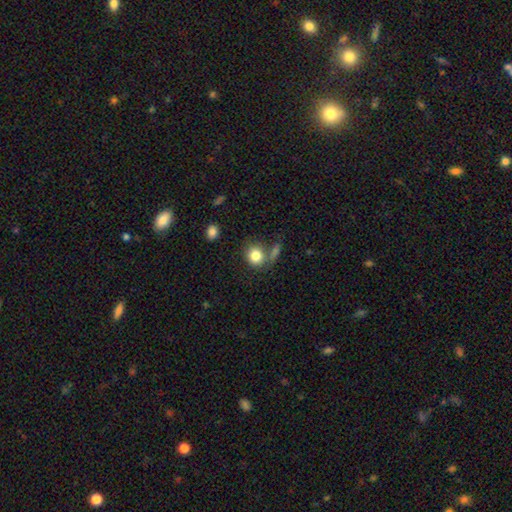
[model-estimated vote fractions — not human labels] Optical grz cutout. It shows a smooth galaxy with no disk features (83%) that is round (77%). Merging: none (59%).